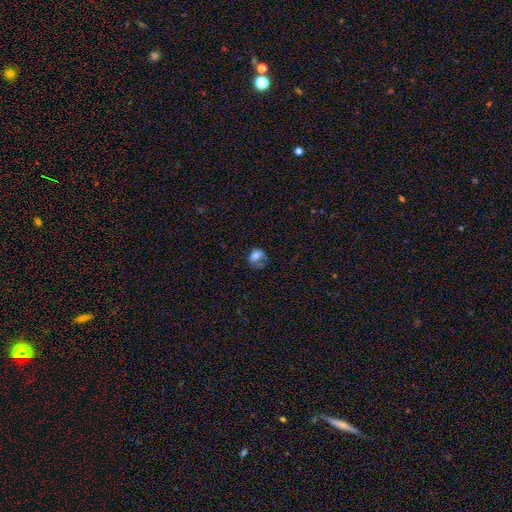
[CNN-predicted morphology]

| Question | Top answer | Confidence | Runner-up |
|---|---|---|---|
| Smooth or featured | smooth | 69% | featured or disk (20%) |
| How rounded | in between | 50% | round (49%) |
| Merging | none | 36% | major disturbance (32%) |